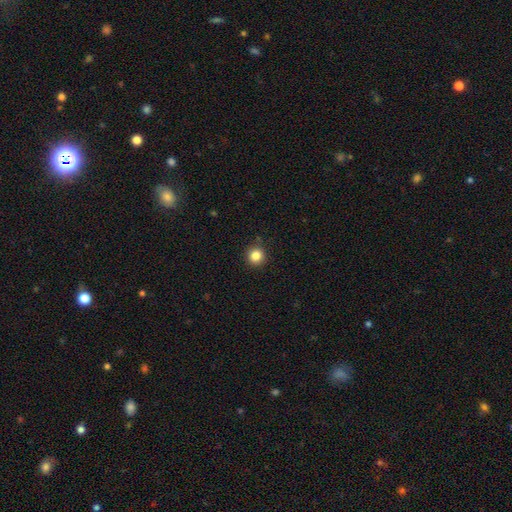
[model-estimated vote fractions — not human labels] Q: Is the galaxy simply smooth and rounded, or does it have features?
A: smooth — 84%.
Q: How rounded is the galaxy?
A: round — 92%.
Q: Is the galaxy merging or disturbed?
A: none — 89%.